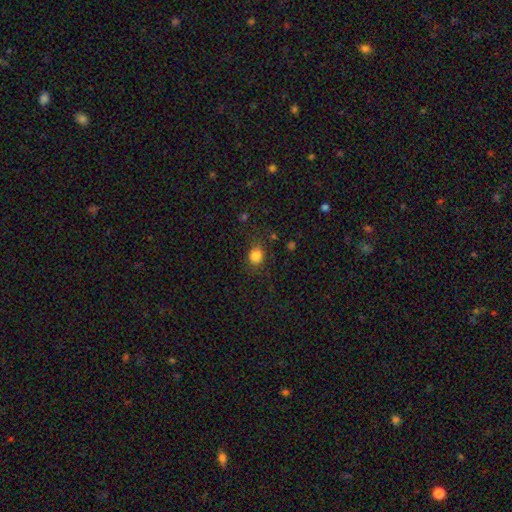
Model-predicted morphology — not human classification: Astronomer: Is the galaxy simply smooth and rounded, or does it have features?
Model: smooth — 83%.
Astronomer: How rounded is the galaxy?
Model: round — 63%.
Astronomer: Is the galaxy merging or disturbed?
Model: none — 72%.